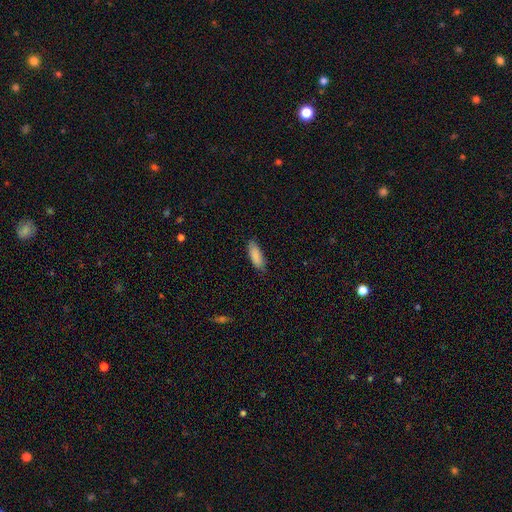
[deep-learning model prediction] A smooth galaxy with no disk features (88%) that is in between round and cigar-shaped (67%). Merging: none (81%).